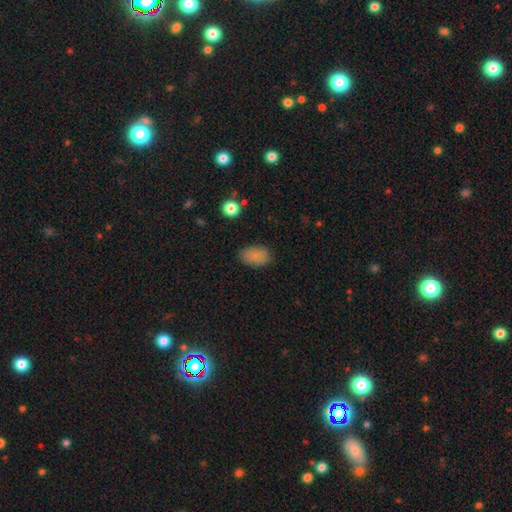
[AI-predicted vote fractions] A smooth galaxy with no disk features (84%) that is in between round and cigar-shaped (88%).

Vote fractions:
- Smooth or featured? smooth: 84% / star or artifact: 9% / featured or disk: 7%
- How rounded? in between: 88% / round: 11% / cigar-shaped: 1%
- Merging? none: 81% / minor disturbance: 14% / major disturbance: 4% / merger: 1%